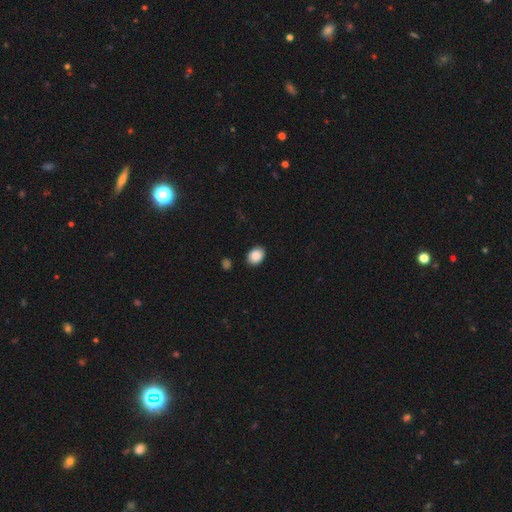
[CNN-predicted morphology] This appears to be a smooth galaxy with no disk features (89%) that is in between round and cigar-shaped (64%). Merging: none (87%).